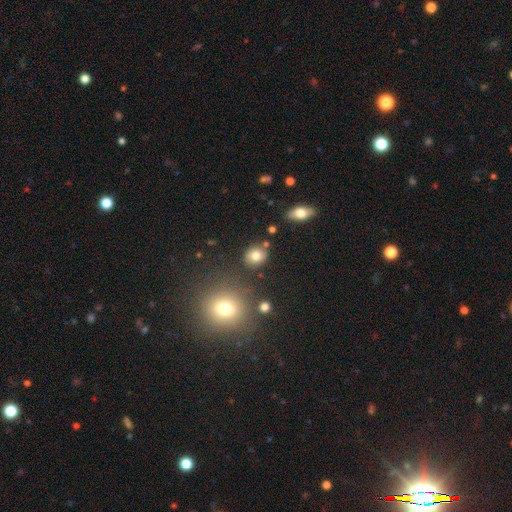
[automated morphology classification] This appears to be a smooth galaxy with no disk features (79%) that is round (66%). Merging: none (81%).